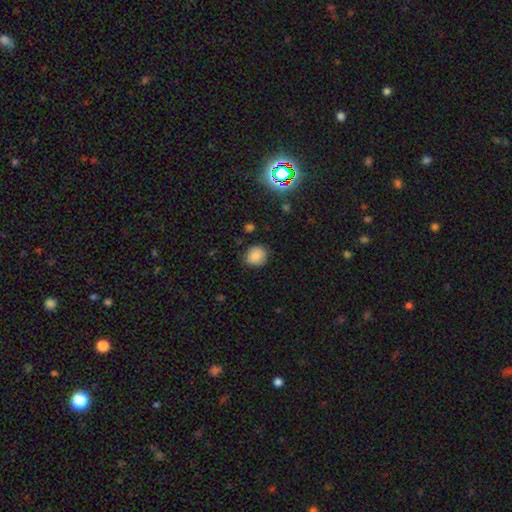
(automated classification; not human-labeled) Q: Smooth or featured?
A: smooth (83%); runner-up: star or artifact (11%)
Q: How rounded?
A: round (80%); runner-up: in between (19%)
Q: Merging?
A: none (82%); runner-up: minor disturbance (13%)